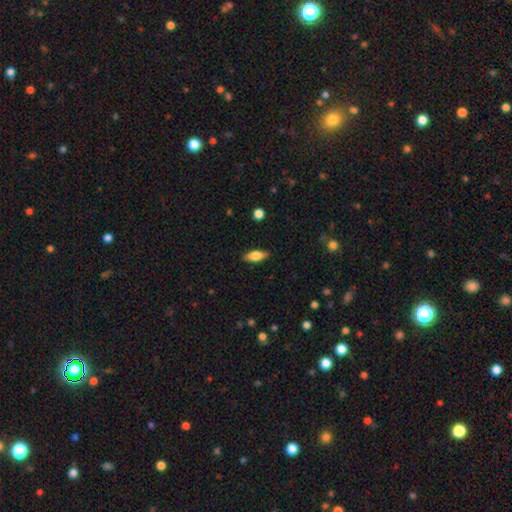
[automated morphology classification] Smooth or featured? smooth (68%)
How rounded? in between (75%)
Merging? none (86%)